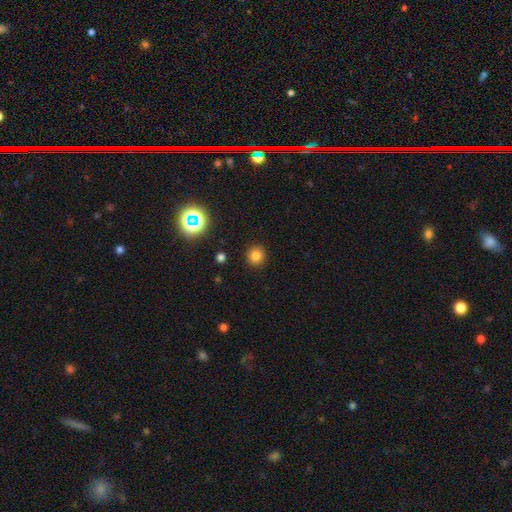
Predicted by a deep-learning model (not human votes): Smooth or featured? smooth (79%)
How rounded? round (92%)
Merging? none (91%)